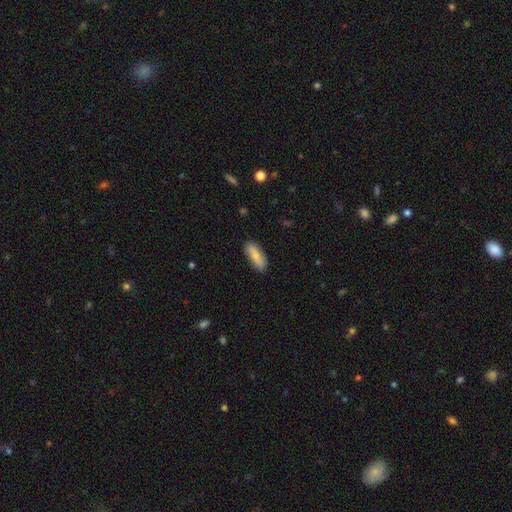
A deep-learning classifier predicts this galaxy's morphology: smooth_or_featured: smooth (p=0.79) [alt: featured or disk p=0.15]
how_rounded: in between (p=0.60) [alt: cigar-shaped p=0.38]
merging: none (p=0.85) [alt: minor disturbance p=0.11]